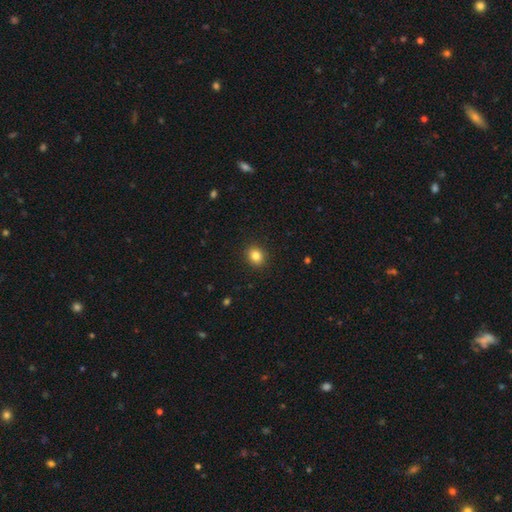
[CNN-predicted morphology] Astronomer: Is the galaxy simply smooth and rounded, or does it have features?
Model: smooth — 84%.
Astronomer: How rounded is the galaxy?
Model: round — 72%.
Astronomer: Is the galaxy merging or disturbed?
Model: none — 91%.